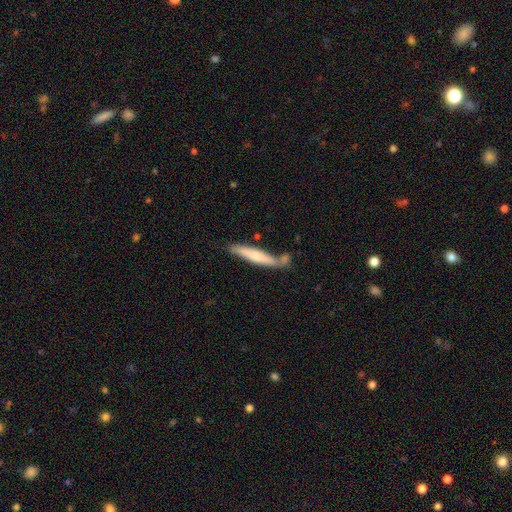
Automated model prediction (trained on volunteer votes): Morphology: type=smooth (61%); roundness=cigar-shaped (91%); merging=none (60%).